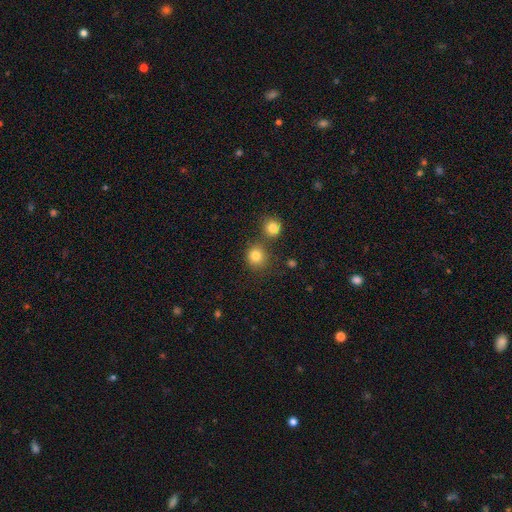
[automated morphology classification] smooth 82%, star or artifact 12%, featured or disk 6%. Down the decision tree: how rounded — round (90%); merging — none (71%).